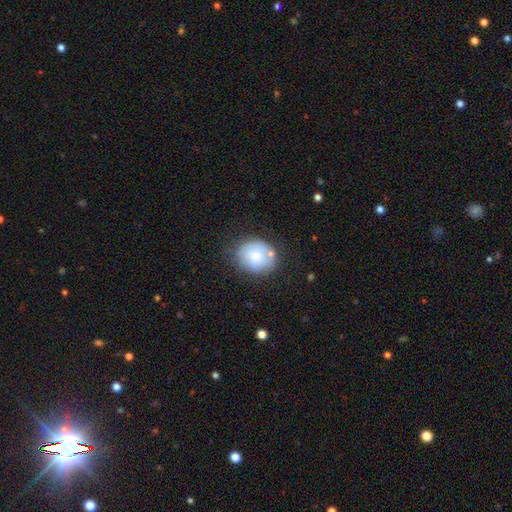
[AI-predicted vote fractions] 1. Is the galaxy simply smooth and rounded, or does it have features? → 69% smooth, 23% featured or disk, 8% star or artifact.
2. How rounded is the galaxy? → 70% round, 29% in between, 1% cigar-shaped.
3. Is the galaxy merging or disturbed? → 63% none, 22% minor disturbance, 8% merger, 7% major disturbance.